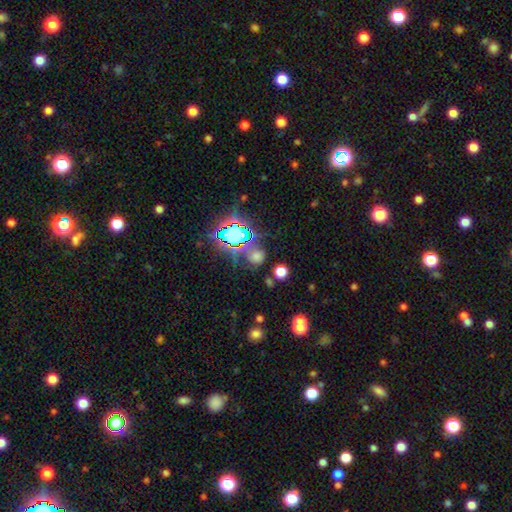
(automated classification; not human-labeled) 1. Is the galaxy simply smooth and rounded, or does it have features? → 51% star or artifact, 41% smooth, 8% featured or disk.